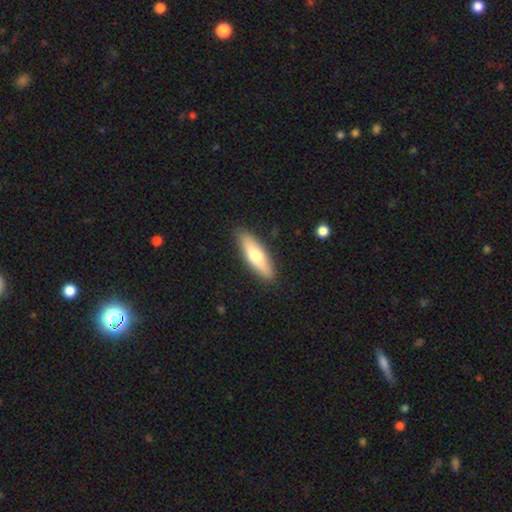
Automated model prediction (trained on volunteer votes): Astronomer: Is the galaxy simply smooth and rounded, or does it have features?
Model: smooth — 65%.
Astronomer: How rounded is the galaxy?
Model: cigar-shaped — 57% (runner-up: in between, 41%).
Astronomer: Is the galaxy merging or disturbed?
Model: none — 89%.